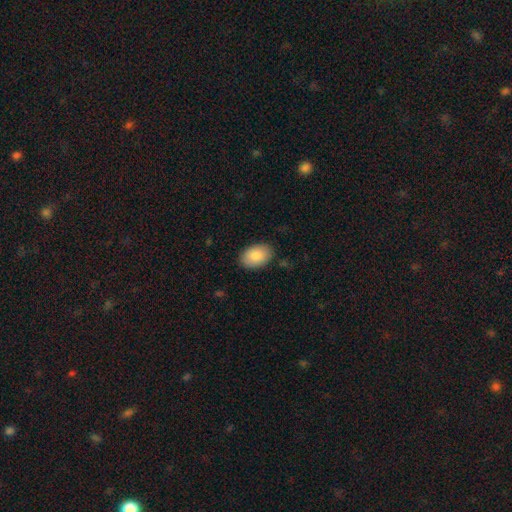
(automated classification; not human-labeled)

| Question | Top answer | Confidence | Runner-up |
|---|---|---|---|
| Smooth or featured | smooth | 88% | star or artifact (6%) |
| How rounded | in between | 89% | round (10%) |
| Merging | none | 86% | minor disturbance (10%) |